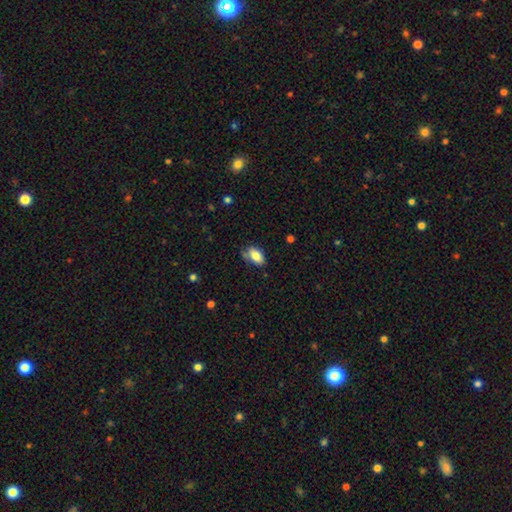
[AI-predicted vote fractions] Smooth or featured?
  - smooth: 80% *
  - featured or disk: 12%
  - star or artifact: 8%
How rounded?
  - in between: 90% *
  - round: 6%
  - cigar-shaped: 4%
Merging?
  - none: 62% *
  - minor disturbance: 28%
  - major disturbance: 6%
  - merger: 4%